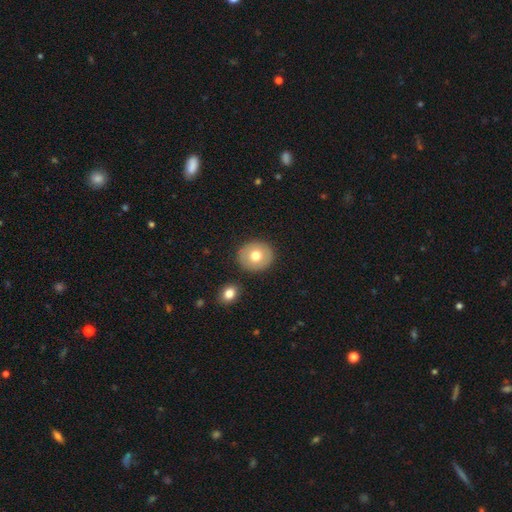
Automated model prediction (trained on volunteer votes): Smooth or featured?
  - smooth: 69% *
  - featured or disk: 23%
  - star or artifact: 8%
How rounded?
  - round: 81% *
  - in between: 18%
  - cigar-shaped: 1%
Merging?
  - none: 87% *
  - minor disturbance: 7%
  - merger: 3%
  - major disturbance: 2%